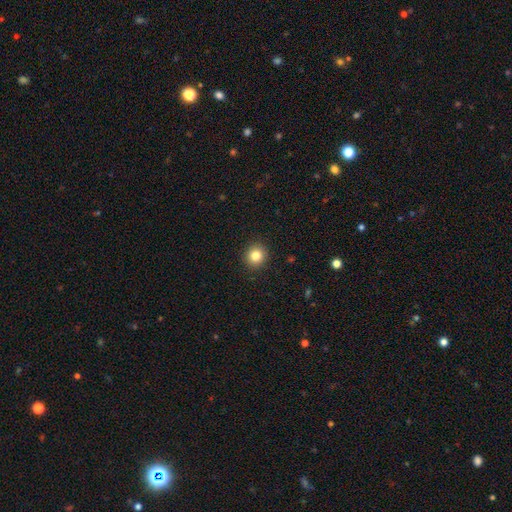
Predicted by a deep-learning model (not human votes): Overall: smooth (83%). How rounded: round (89%). Merging: none (92%).